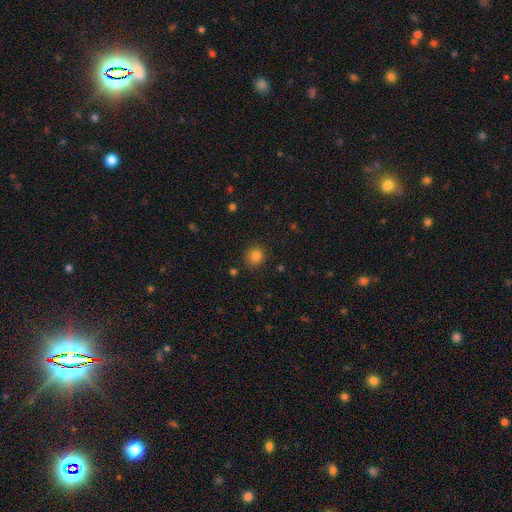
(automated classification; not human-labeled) Smooth or featured: smooth — 84% (star or artifact — 12%)
How rounded: round — 84% (in between — 15%)
Merging: none — 86% (minor disturbance — 9%)